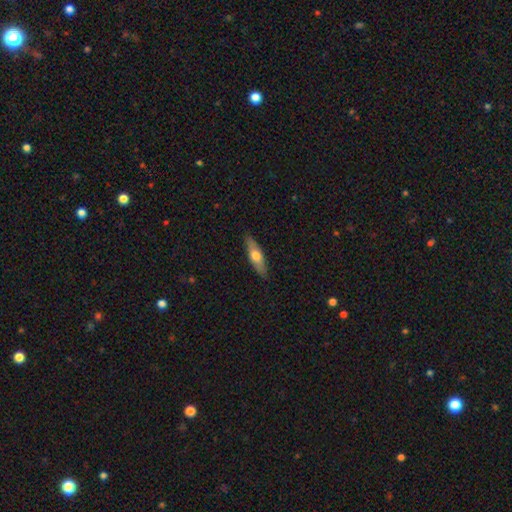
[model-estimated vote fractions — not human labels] smooth-or-featured: smooth: 56% | featured or disk: 38% | star or artifact: 6%
  how-rounded: cigar-shaped: 61% | in between: 37% | round: 2%
  merging: none: 88% | minor disturbance: 9% | major disturbance: 2% | merger: 1%